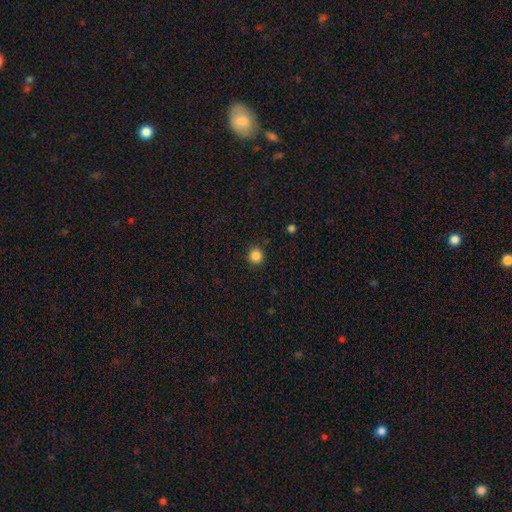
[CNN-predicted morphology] Q: Smooth or featured?
A: smooth (85%); runner-up: star or artifact (12%)
Q: How rounded?
A: round (92%); runner-up: in between (7%)
Q: Merging?
A: none (90%); runner-up: minor disturbance (6%)